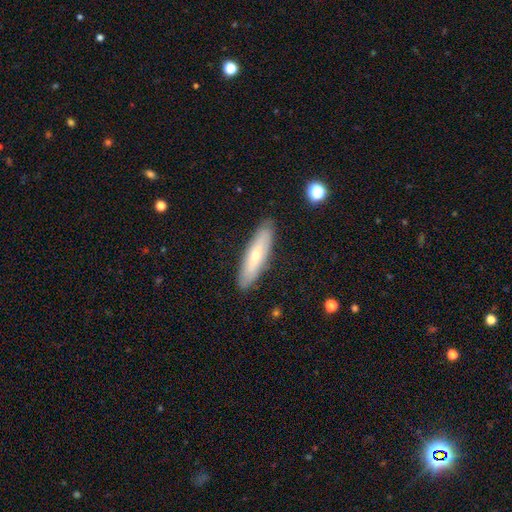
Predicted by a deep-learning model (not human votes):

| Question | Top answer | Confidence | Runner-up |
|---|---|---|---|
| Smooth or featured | smooth | 52% | featured or disk (41%) |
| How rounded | cigar-shaped | 67% | in between (31%) |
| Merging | none | 88% | minor disturbance (9%) |